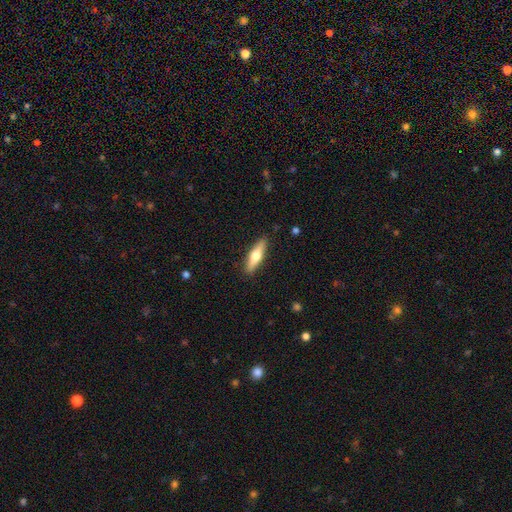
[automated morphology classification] Overall: smooth (50%; featured or disk 45%). Merging: none (89%).